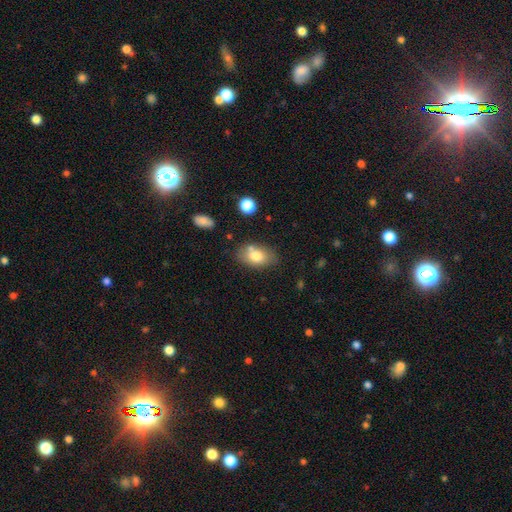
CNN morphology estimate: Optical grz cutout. It shows a smooth galaxy with no disk features (77%) that is in between round and cigar-shaped (87%). Merging: none (68%).